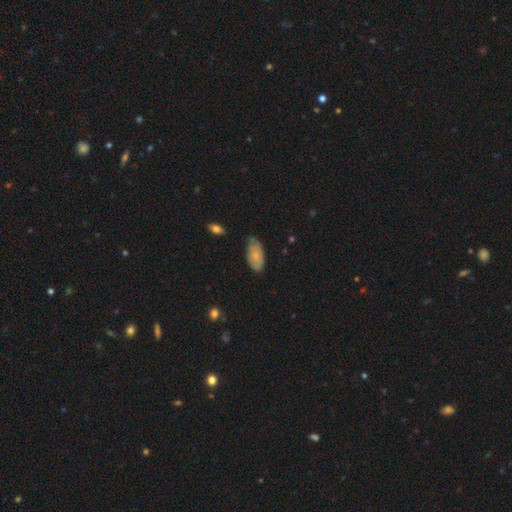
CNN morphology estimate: Smooth or featured: smooth — 76% (featured or disk — 17%)
How rounded: in between — 93% (cigar-shaped — 4%)
Merging: none — 54% (minor disturbance — 36%)